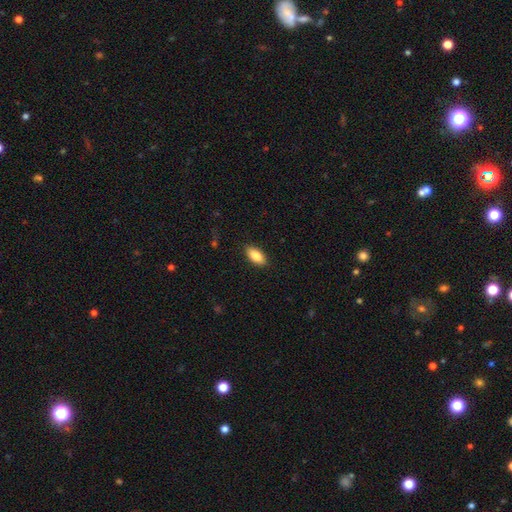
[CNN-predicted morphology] Smooth or featured? smooth (86%)
How rounded? in between (91%)
Merging? none (88%)